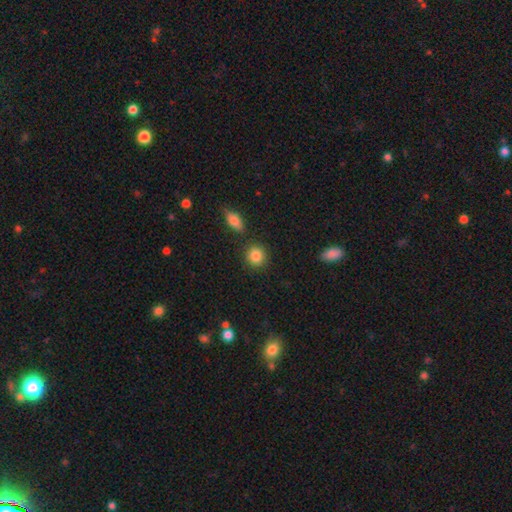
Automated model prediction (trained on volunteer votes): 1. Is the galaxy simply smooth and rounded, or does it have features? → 86% smooth, 8% star or artifact, 5% featured or disk.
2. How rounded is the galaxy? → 83% round, 15% in between, 1% cigar-shaped.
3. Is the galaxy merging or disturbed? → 83% none, 9% minor disturbance, 6% merger, 3% major disturbance.